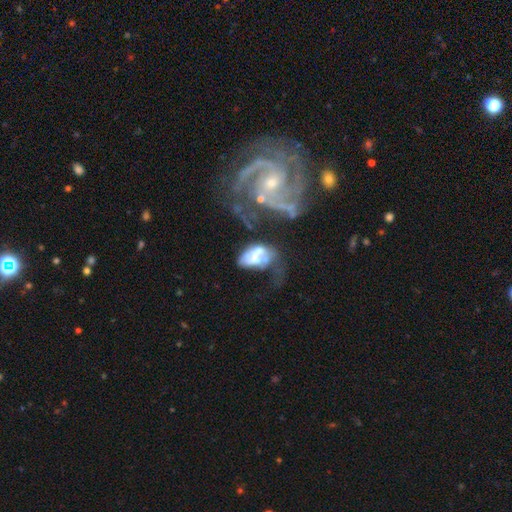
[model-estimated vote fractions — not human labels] smooth-or-featured: featured or disk: 59% | smooth: 30% | star or artifact: 11%
  disk-edge-on: no: 97% | yes: 3%
    bar: no: 80% | weak: 14% | strong: 6%
    has-spiral-arms: no: 70% | yes: 30%
    bulge-size: none: 42% | moderate: 25% | small: 22% | large: 8% | dominant: 3%
  merging: major disturbance: 36% | merger: 35% | none: 15% | minor disturbance: 15%